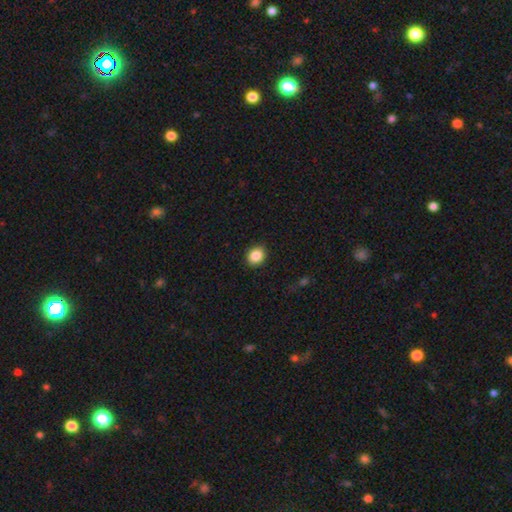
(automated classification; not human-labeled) This appears to be a smooth galaxy with no disk features (87%) that is round (66%). Merging: none (90%).